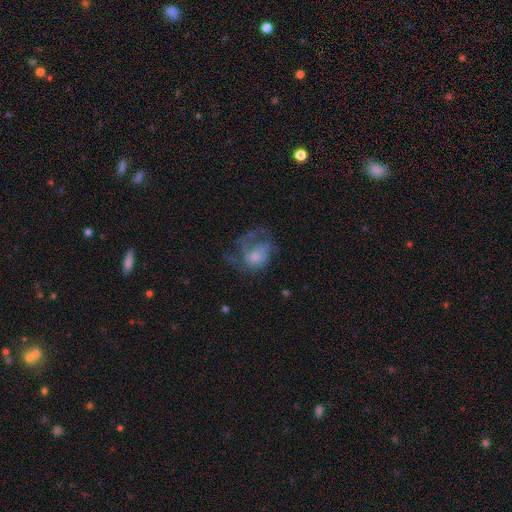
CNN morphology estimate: Overall: featured or disk (46%; smooth 45%). Merging: major disturbance (47%; none 30%).